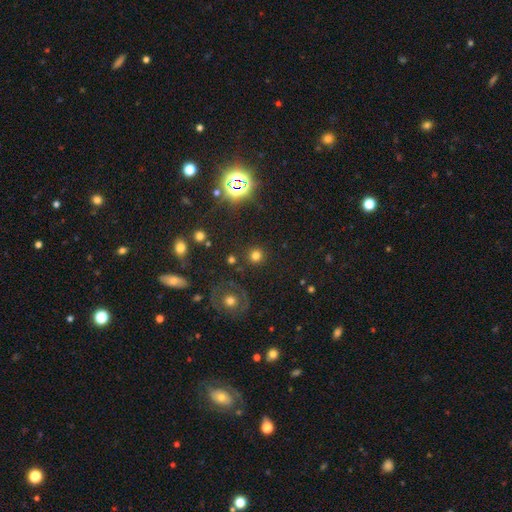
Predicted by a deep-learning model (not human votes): Smooth or featured: smooth — 73% (star or artifact — 21%)
How rounded: round — 94% (in between — 5%)
Merging: none — 89% (minor disturbance — 6%)